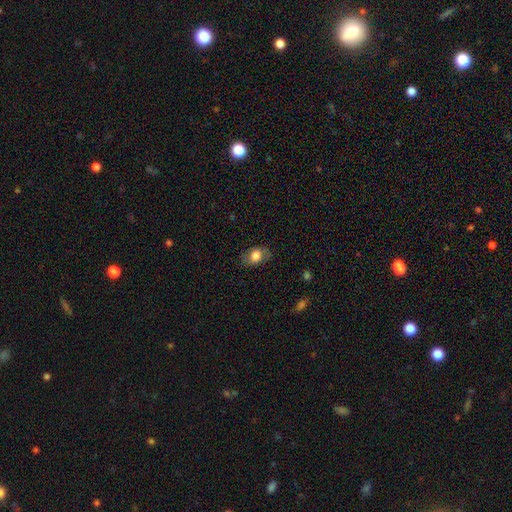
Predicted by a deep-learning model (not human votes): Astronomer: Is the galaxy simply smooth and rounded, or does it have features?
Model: smooth — 75%.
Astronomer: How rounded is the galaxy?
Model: in between — 79%.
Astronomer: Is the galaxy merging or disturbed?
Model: none — 75%.